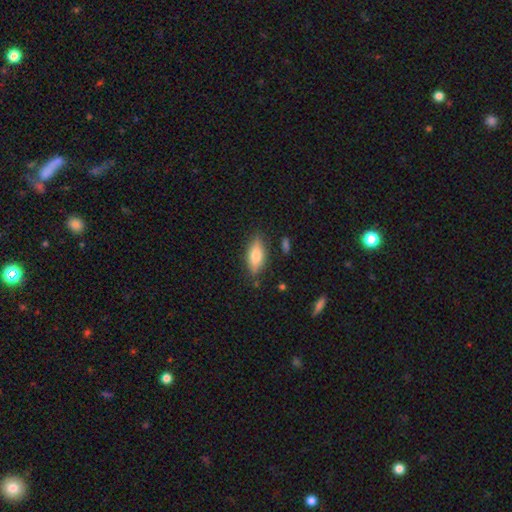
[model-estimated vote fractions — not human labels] Morphology: type=smooth (70%); roundness=in between (73%); merging=none (81%).